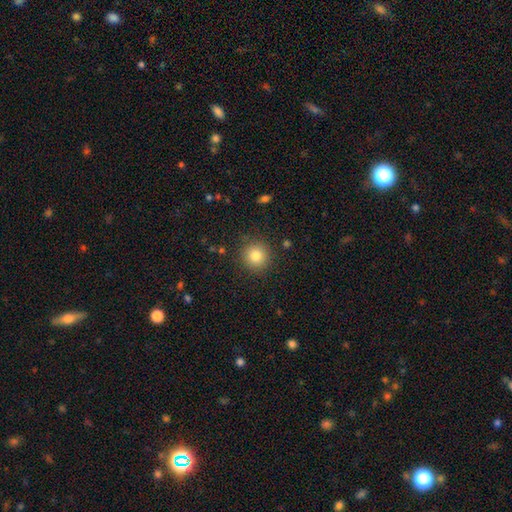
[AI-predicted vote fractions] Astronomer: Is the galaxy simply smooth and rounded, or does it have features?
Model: smooth — 81%.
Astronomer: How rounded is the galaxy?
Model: round — 94%.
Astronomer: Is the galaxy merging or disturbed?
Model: none — 88%.